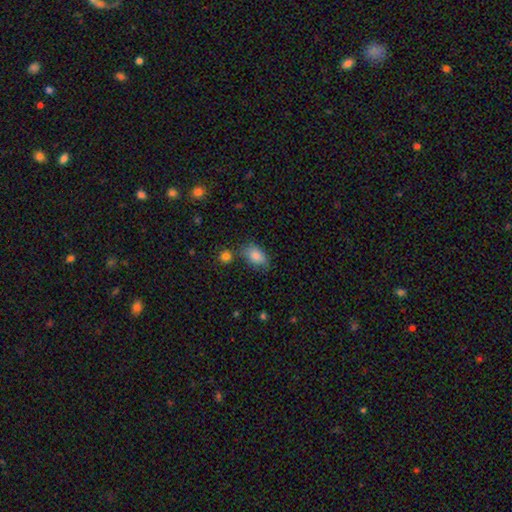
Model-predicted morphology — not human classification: Smooth or featured: smooth — 84% (star or artifact — 8%)
How rounded: in between — 88% (round — 10%)
Merging: none — 68% (minor disturbance — 19%)